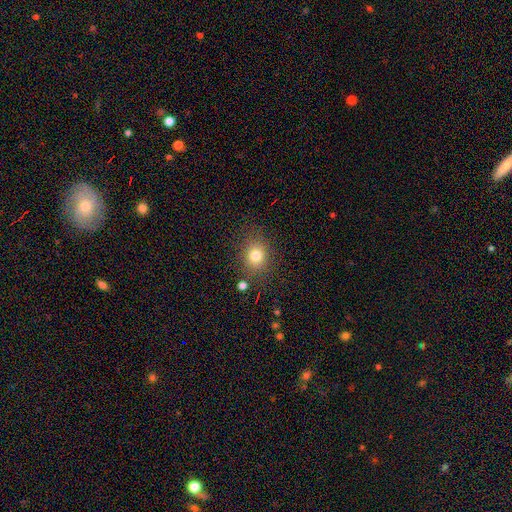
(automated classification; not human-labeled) smooth_or_featured: smooth (p=0.78) [alt: star or artifact p=0.14]
how_rounded: round (p=0.64) [alt: in between p=0.35]
merging: none (p=0.81) [alt: minor disturbance p=0.12]